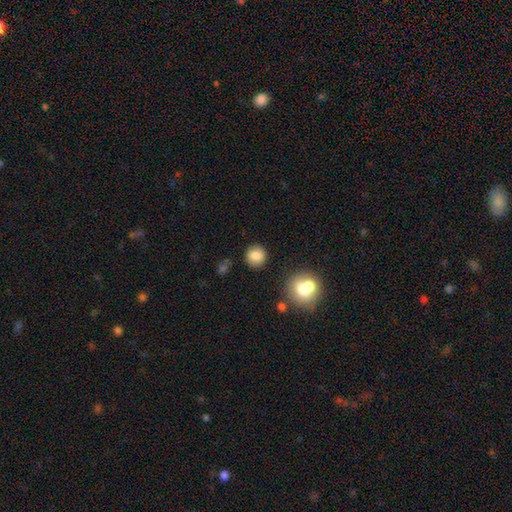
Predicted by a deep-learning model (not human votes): A smooth galaxy with no disk features (83%) that is round (90%). Merging: none (86%).